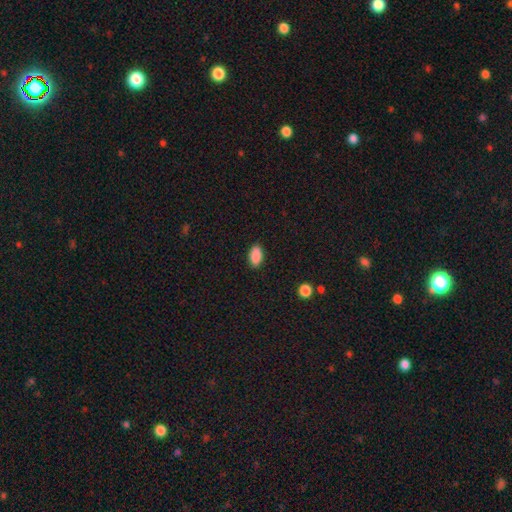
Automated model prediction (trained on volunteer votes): A smooth galaxy with no disk features (89%) that is in between round and cigar-shaped (92%).

Vote fractions:
- Smooth or featured? smooth: 89% / star or artifact: 8% / featured or disk: 3%
- How rounded? in between: 92% / round: 4% / cigar-shaped: 3%
- Merging? none: 88% / minor disturbance: 8% / major disturbance: 2% / merger: 1%